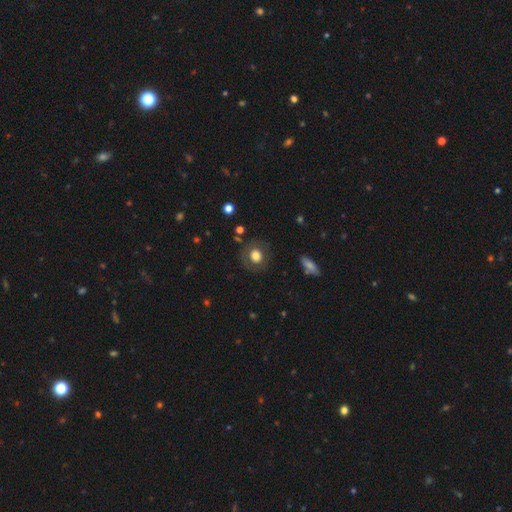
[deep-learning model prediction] Smooth or featured? Predicted: smooth (p=0.70). How rounded? Predicted: round (p=0.78). Merging? Predicted: none (p=0.81).